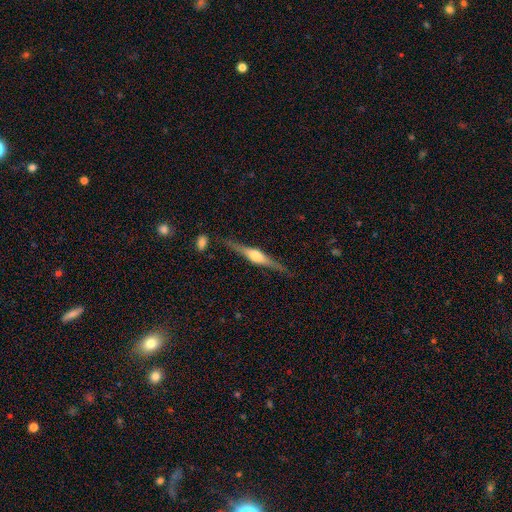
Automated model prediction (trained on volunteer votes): smooth-or-featured: featured or disk: 79% | smooth: 16% | star or artifact: 5%
  disk-edge-on: yes: 98% | no: 2%
    edge-on-bulge: rounded: 85% | boxy: 12% | none: 3%
  merging: none: 84% | minor disturbance: 11% | major disturbance: 3% | merger: 2%